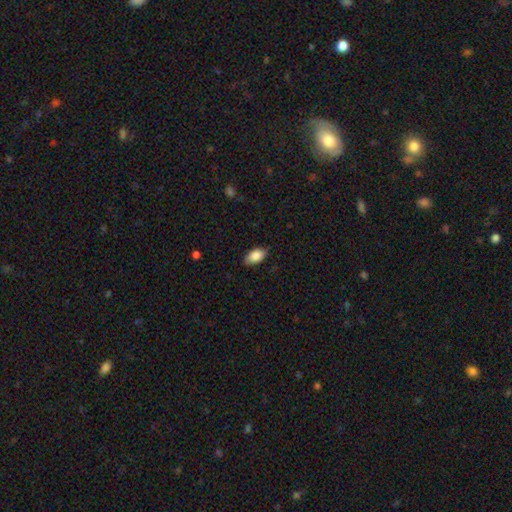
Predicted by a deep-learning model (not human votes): This appears to be a smooth galaxy with no disk features (87%) that is in between round and cigar-shaped (93%). Merging: none (84%).